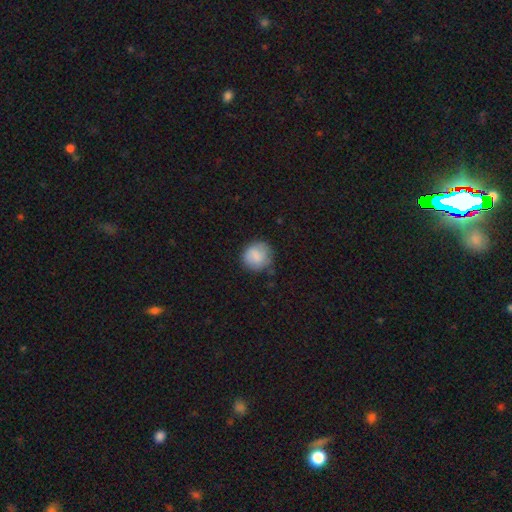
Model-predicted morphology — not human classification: Q: Smooth or featured?
A: smooth (81%); runner-up: featured or disk (12%)
Q: How rounded?
A: round (89%); runner-up: in between (10%)
Q: Merging?
A: none (75%); runner-up: minor disturbance (18%)